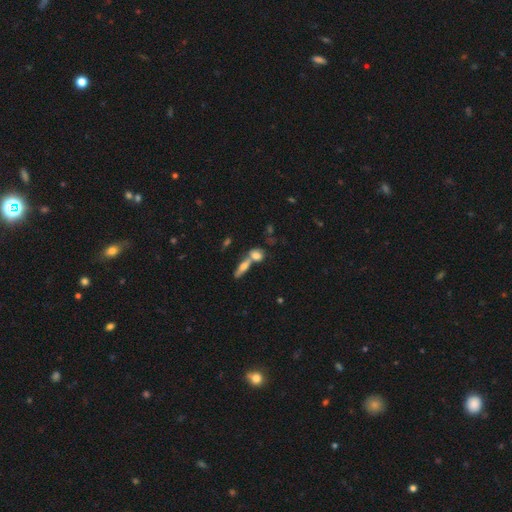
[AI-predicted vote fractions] smooth-or-featured: smooth: 62% | featured or disk: 27% | star or artifact: 11%
  how-rounded: in between: 42% | round: 37% | cigar-shaped: 21%
  merging: merger: 45% | none: 42% | minor disturbance: 9% | major disturbance: 4%